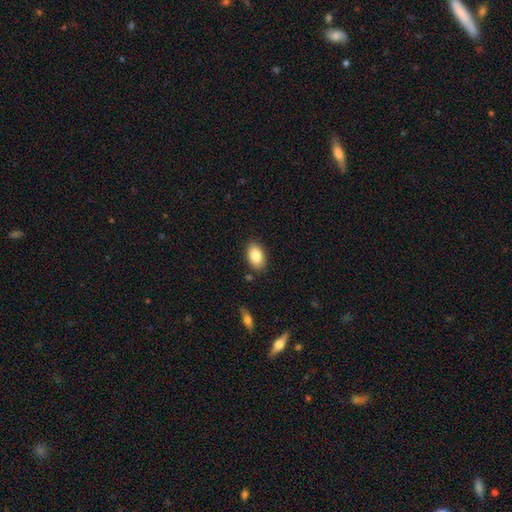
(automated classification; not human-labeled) Q: Smooth or featured?
A: smooth (85%); runner-up: featured or disk (8%)
Q: How rounded?
A: in between (90%); runner-up: round (9%)
Q: Merging?
A: none (85%); runner-up: minor disturbance (11%)